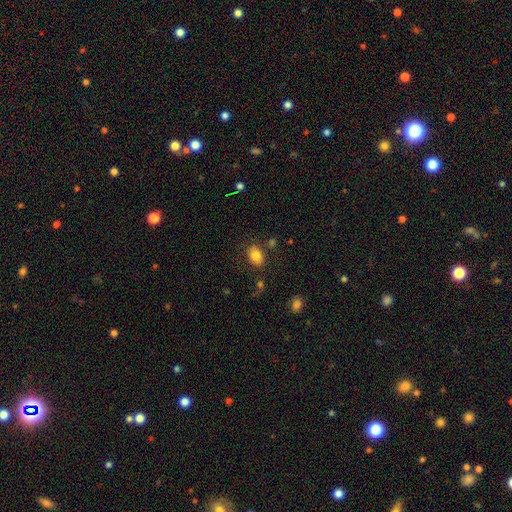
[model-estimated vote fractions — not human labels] smooth_or_featured: smooth (p=0.82) [alt: star or artifact p=0.09]
how_rounded: in between (p=0.73) [alt: round p=0.26]
merging: none (p=0.78) [alt: minor disturbance p=0.13]